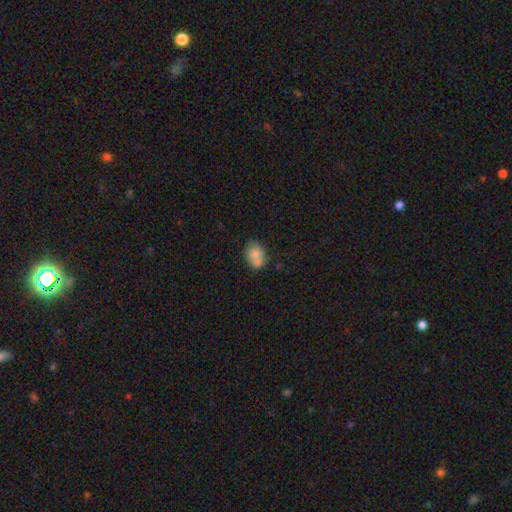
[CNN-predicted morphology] smooth-or-featured: smooth: 77% | featured or disk: 14% | star or artifact: 9%
  how-rounded: in between: 54% | round: 45% | cigar-shaped: 1%
  merging: none: 43% | merger: 39% | minor disturbance: 14% | major disturbance: 4%